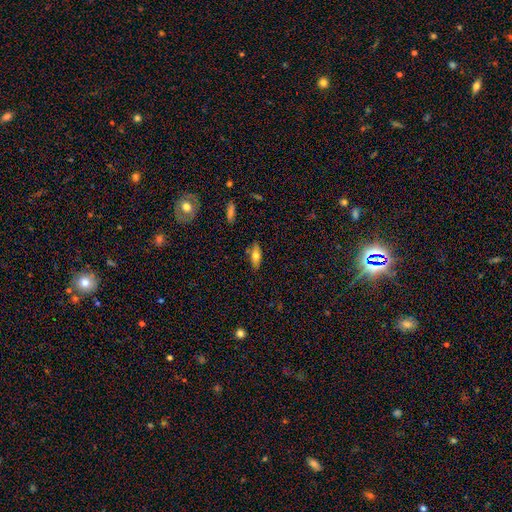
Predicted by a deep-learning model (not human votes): smooth-or-featured: smooth: 68% | featured or disk: 25% | star or artifact: 7%
  how-rounded: in between: 77% | cigar-shaped: 20% | round: 3%
  merging: none: 78% | minor disturbance: 15% | merger: 3% | major disturbance: 3%